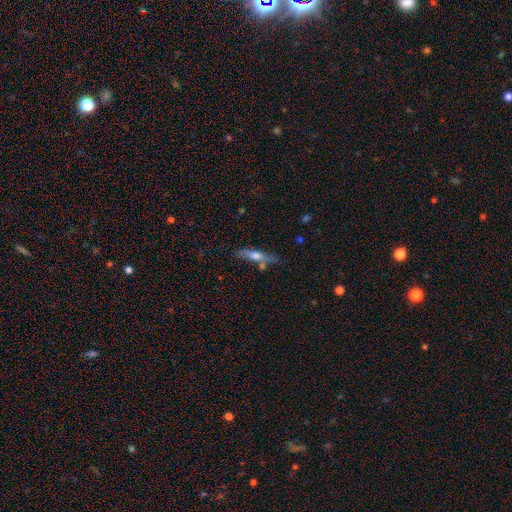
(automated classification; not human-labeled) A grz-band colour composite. It shows a featured or disk galaxy (49%). Merging: none (69%).